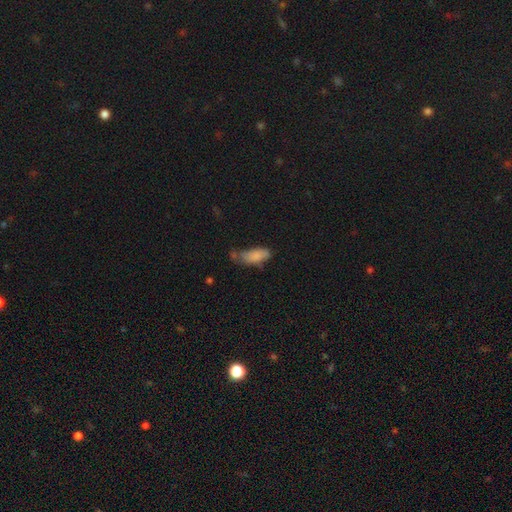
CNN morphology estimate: A smooth galaxy with no disk features (81%) that is in between round and cigar-shaped (78%). Merging: none (40%).